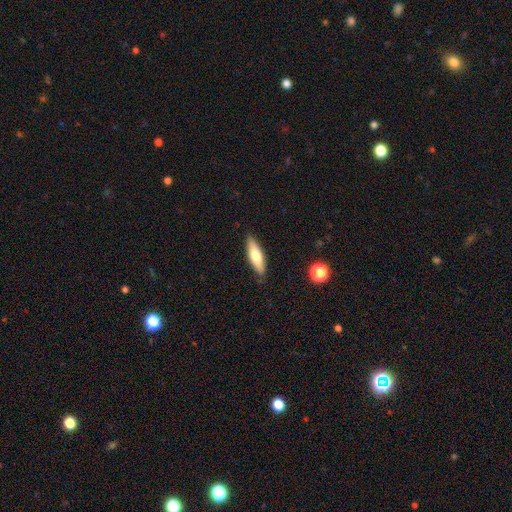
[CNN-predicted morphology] Q: Smooth or featured?
A: smooth (66%); runner-up: featured or disk (28%)
Q: How rounded?
A: cigar-shaped (56%); runner-up: in between (42%)
Q: Merging?
A: none (86%); runner-up: minor disturbance (11%)